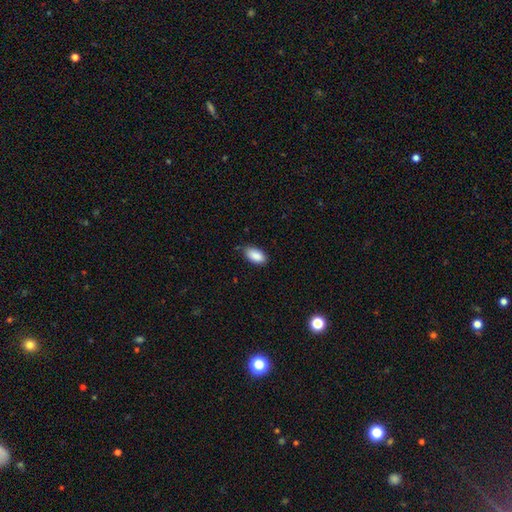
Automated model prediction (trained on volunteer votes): Morphology: type=smooth (90%); roundness=in between (94%); merging=none (81%).